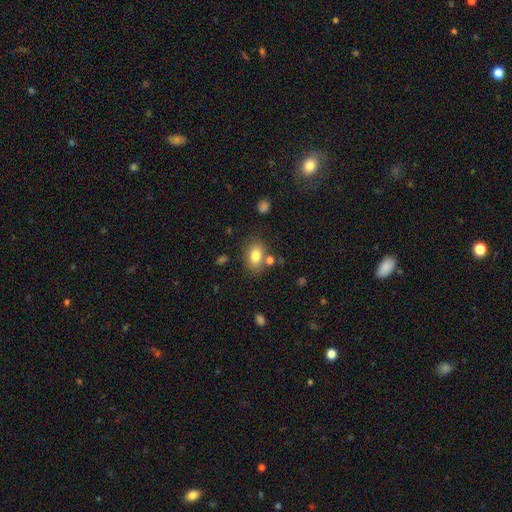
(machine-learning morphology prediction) Smooth or featured?
  - smooth: 79% *
  - featured or disk: 11%
  - star or artifact: 10%
How rounded?
  - in between: 79% *
  - round: 20%
  - cigar-shaped: 1%
Merging?
  - none: 72% *
  - minor disturbance: 14%
  - merger: 10%
  - major disturbance: 4%